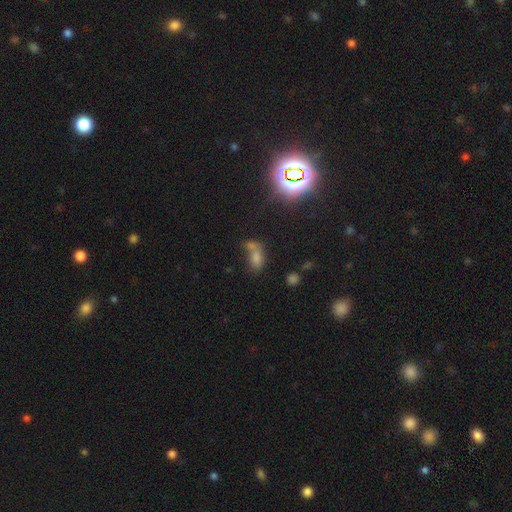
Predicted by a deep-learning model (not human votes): Overall: smooth (67%). How rounded: in between (83%). Merging: merger (49%; none 30%).